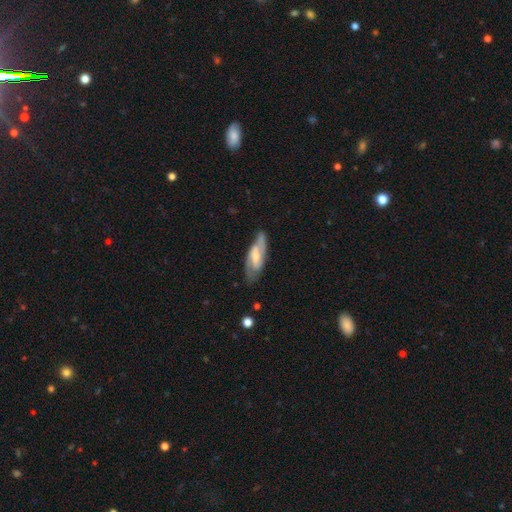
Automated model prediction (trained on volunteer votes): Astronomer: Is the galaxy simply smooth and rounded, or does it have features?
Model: featured or disk — 77%.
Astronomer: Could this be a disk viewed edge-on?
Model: no — 85%.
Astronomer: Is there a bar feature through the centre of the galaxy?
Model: weak — 43% (runner-up: strong, 35%).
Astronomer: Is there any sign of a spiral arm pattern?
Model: yes — 90%.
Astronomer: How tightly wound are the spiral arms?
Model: medium — 48% (runner-up: tight, 29%).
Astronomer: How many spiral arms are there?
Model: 2 — 81%.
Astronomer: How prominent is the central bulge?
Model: moderate — 48% (runner-up: small, 45%).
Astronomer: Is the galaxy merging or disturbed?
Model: none — 71%.